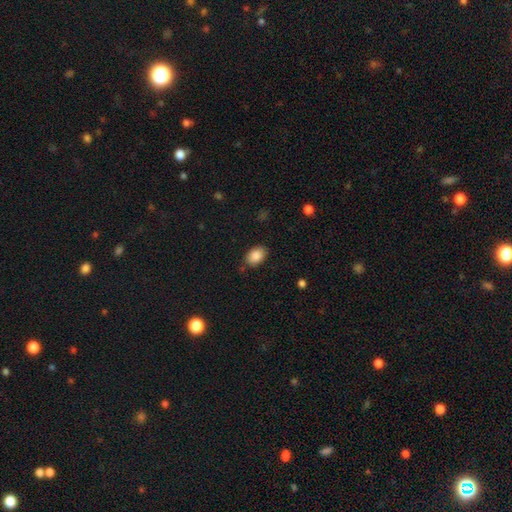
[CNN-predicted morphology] This appears to be a smooth galaxy with no disk features (87%) that is in between round and cigar-shaped (84%). Merging: none (83%).